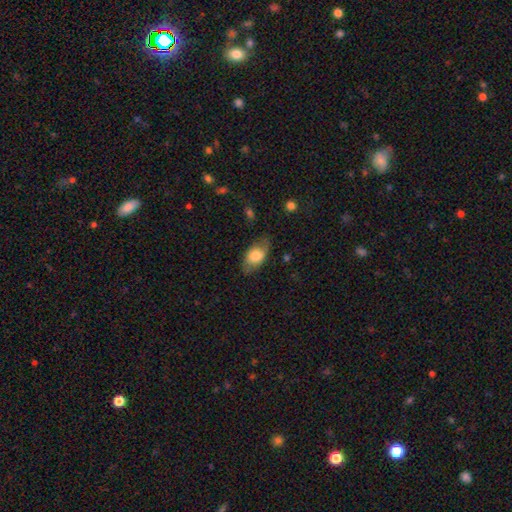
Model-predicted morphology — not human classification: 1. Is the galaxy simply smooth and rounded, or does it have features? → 73% smooth, 20% featured or disk, 7% star or artifact.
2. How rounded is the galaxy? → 89% in between, 8% round, 3% cigar-shaped.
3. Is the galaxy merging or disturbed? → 74% none, 19% minor disturbance, 6% major disturbance, 1% merger.